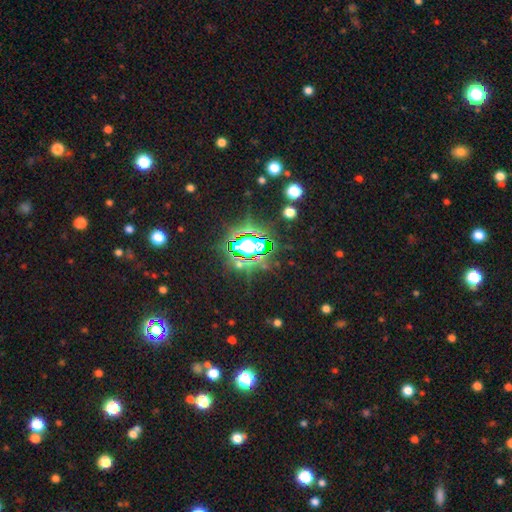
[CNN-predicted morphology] Smooth or featured? star or artifact (74%)